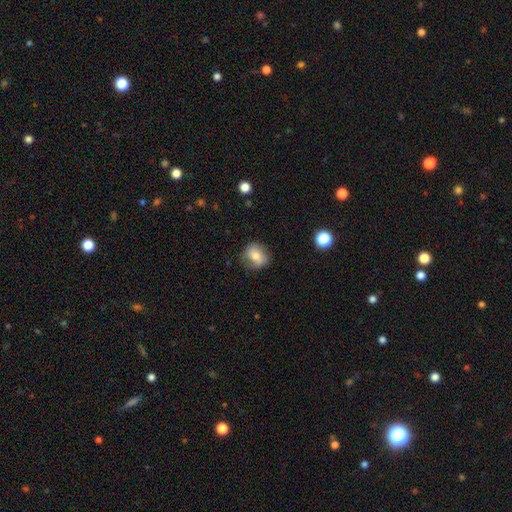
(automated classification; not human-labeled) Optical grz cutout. It shows a smooth galaxy with no disk features (72%) that is round (62%). Merging: none (76%).